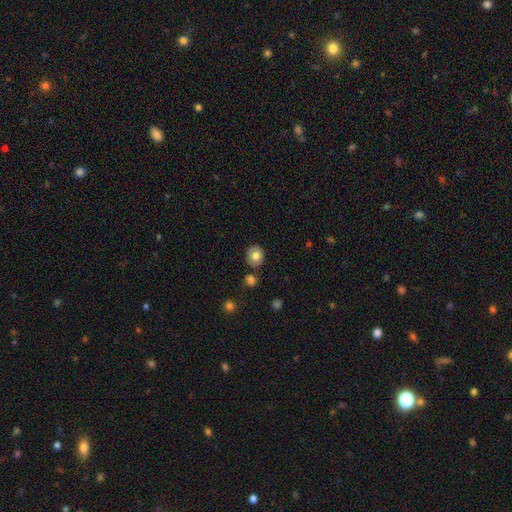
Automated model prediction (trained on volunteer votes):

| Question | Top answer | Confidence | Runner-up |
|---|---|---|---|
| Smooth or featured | smooth | 75% | featured or disk (16%) |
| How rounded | round | 74% | in between (25%) |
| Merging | none | 80% | minor disturbance (11%) |